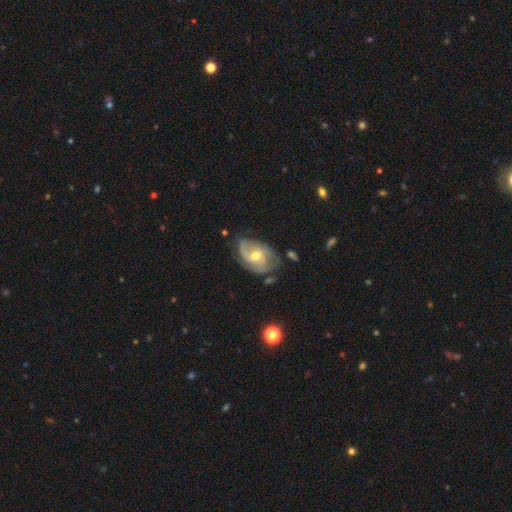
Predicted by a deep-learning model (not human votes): Morphology: type=featured or disk (75%); edge-on=no (96%); bar=no (60%); spiral arms=yes (90%); winding=medium (43%); arm count=2 (51%); bulge=moderate (61%); merging=none (55%).